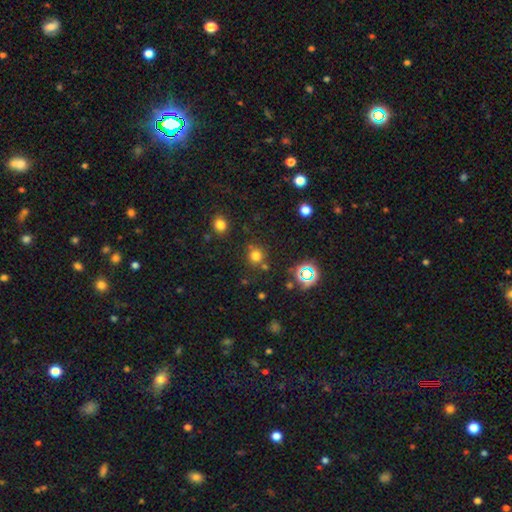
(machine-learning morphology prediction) Smooth or featured?
  - smooth: 69% *
  - star or artifact: 24%
  - featured or disk: 7%
How rounded?
  - round: 88% *
  - in between: 11%
  - cigar-shaped: 1%
Merging?
  - none: 73% *
  - minor disturbance: 12%
  - merger: 10%
  - major disturbance: 5%